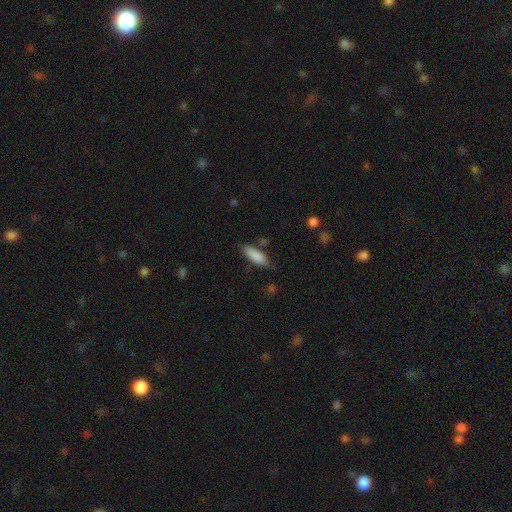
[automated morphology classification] Q: Smooth or featured?
A: smooth (86%); runner-up: featured or disk (7%)
Q: How rounded?
A: in between (56%); runner-up: cigar-shaped (42%)
Q: Merging?
A: none (78%); runner-up: minor disturbance (15%)